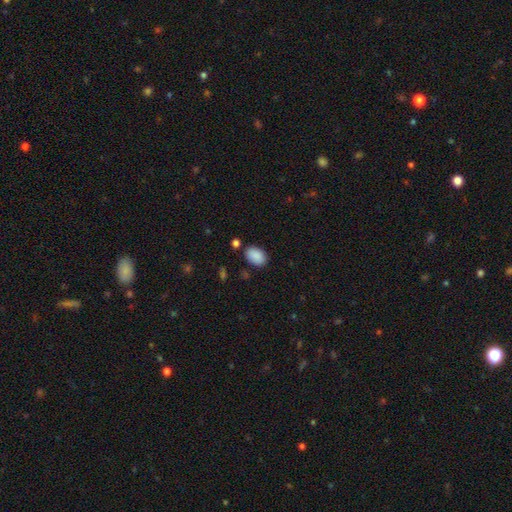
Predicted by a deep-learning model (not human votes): Smooth or featured? Predicted: smooth (p=0.89). How rounded? Predicted: in between (p=0.86). Merging? Predicted: none (p=0.79).